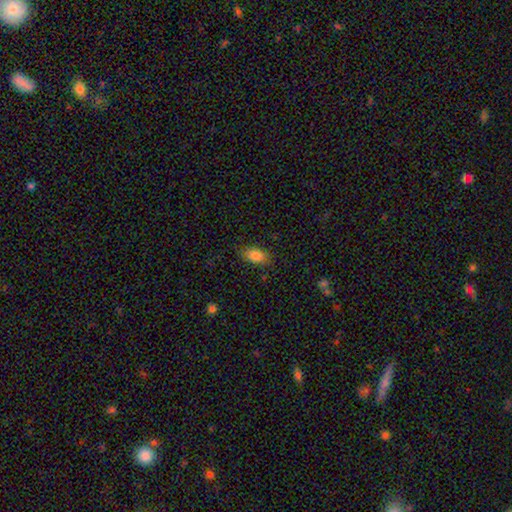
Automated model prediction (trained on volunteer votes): The model was most divided on "merging": none: 82%, minor disturbance: 14%, major disturbance: 3%, merger: 1%. More confident: how rounded — in between (89%); smooth or featured — smooth (85%).